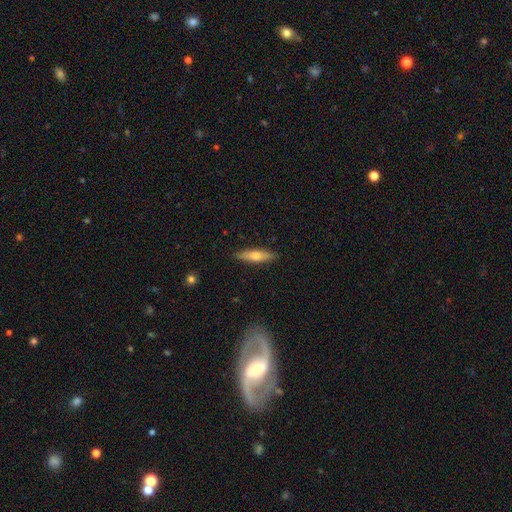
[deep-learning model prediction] Smooth or featured? Predicted: smooth (p=0.60). How rounded? Predicted: cigar-shaped (p=0.71). Merging? Predicted: none (p=0.88).